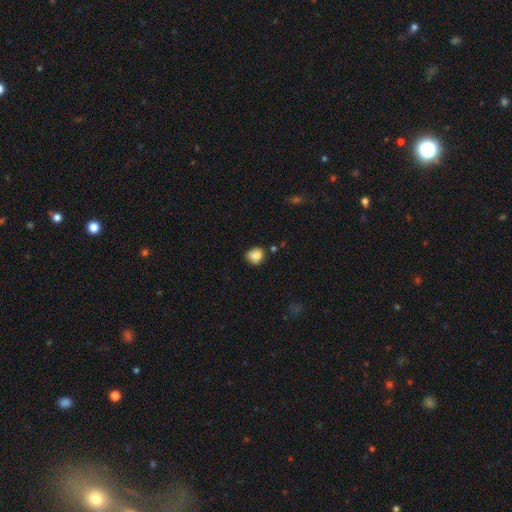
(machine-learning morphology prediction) This appears to be a smooth galaxy with no disk features (83%) that is round (69%). Merging: none (70%).